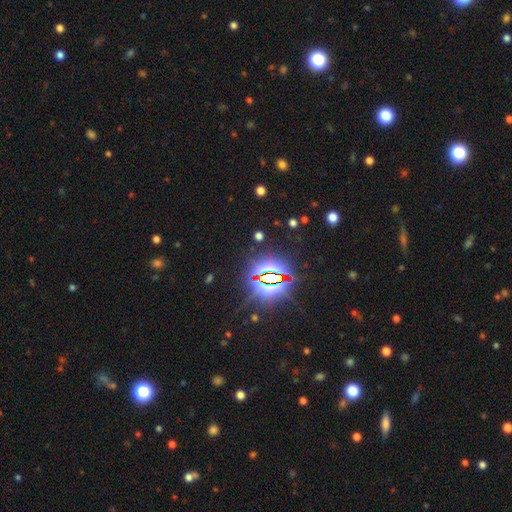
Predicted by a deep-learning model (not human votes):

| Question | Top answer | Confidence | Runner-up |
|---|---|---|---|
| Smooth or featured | star or artifact | 84% | smooth (9%) |